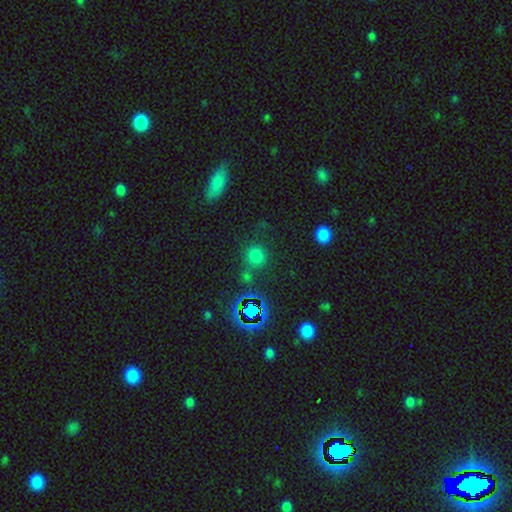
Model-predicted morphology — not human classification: This is likely a smooth galaxy (66%). How rounded: clearly round (87%). Merging: likely none (73%).